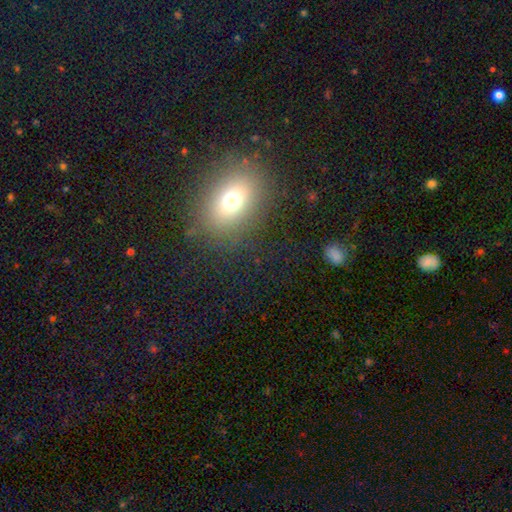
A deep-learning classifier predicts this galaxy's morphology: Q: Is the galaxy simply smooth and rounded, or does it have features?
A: smooth — 70%.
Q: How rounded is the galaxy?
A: in between — 70%.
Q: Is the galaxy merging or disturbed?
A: none — 88%.